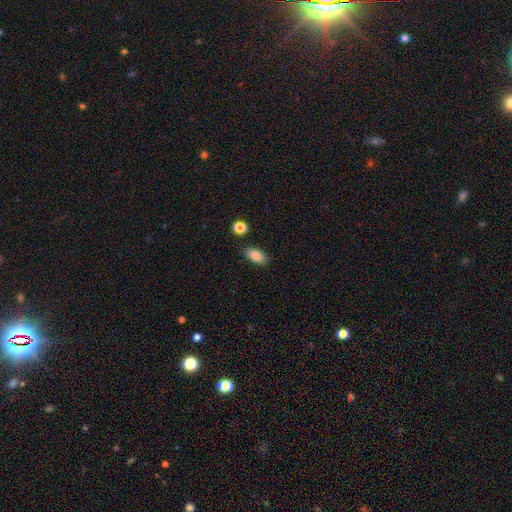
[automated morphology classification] Smooth or featured: smooth — 86% (star or artifact — 8%)
How rounded: in between — 89% (cigar-shaped — 7%)
Merging: none — 84% (minor disturbance — 11%)